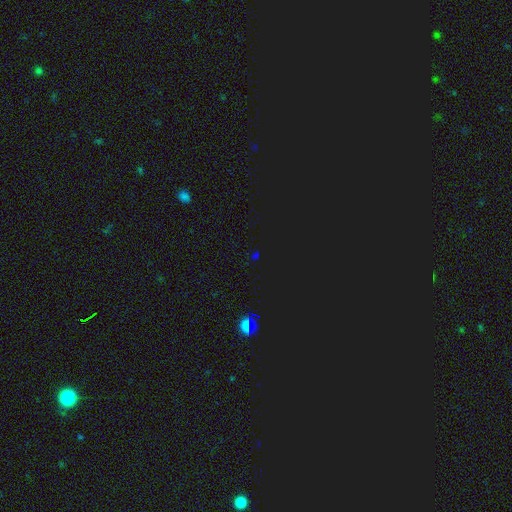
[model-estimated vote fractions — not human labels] A star or artifact, not a galaxy (76%).